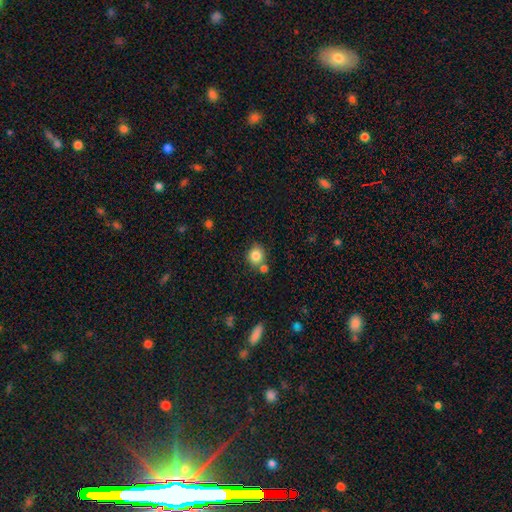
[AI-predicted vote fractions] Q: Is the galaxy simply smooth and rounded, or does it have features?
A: smooth — 83%.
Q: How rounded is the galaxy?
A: round — 81%.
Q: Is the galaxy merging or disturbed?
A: none — 69%.